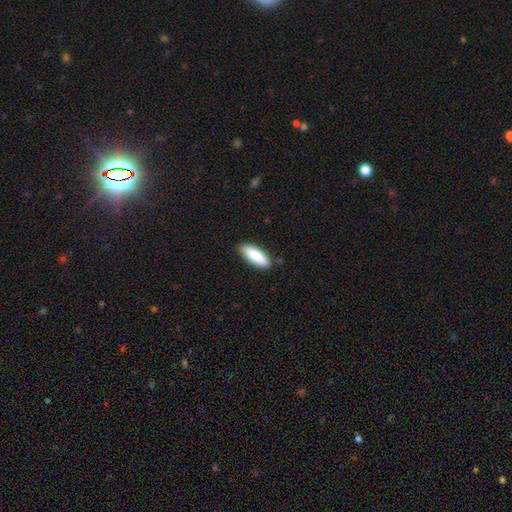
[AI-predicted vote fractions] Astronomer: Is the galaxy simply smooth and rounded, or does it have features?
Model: smooth — 87%.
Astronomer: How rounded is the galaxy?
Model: in between — 58% (runner-up: cigar-shaped, 40%).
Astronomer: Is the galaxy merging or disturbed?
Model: none — 86%.